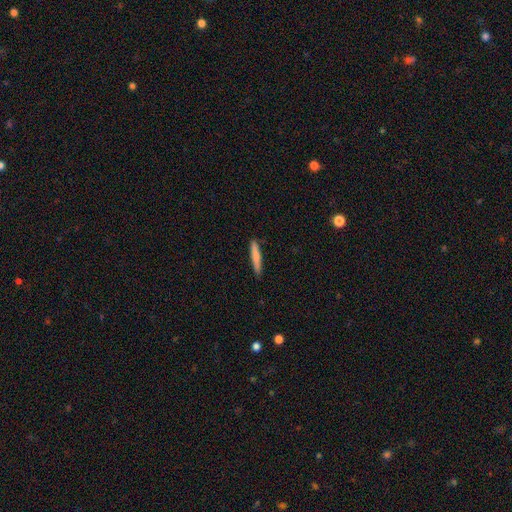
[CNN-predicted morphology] Overall: smooth (78%). How rounded: cigar-shaped (94%). Merging: none (89%).